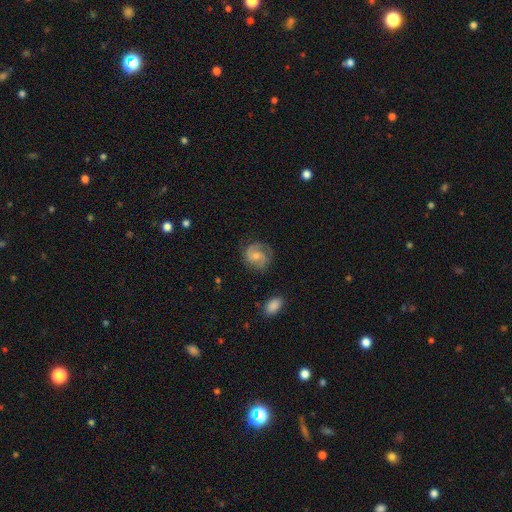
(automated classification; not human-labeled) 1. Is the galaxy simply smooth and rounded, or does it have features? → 76% featured or disk, 17% smooth, 6% star or artifact.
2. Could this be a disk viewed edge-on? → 98% no, 2% yes.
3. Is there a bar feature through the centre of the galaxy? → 50% no, 43% weak, 7% strong.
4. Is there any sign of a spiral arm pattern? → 95% yes, 5% no.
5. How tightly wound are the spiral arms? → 49% medium, 34% tight, 17% loose.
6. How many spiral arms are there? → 80% 2, 7% can't tell, 7% 1, 3% 3, 1% 4, 1% more than 4.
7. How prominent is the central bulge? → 44% moderate, 42% small, 9% none, 4% large, 1% dominant.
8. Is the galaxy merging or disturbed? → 75% none, 17% minor disturbance, 7% major disturbance, 2% merger.